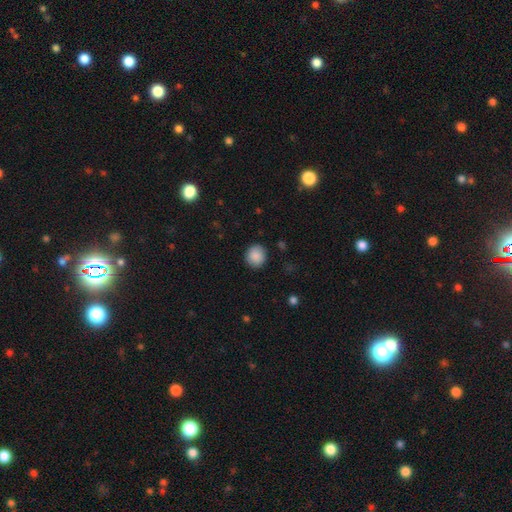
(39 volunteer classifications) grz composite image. It shows a smooth galaxy with no disk features (92%) that is round (94%). Merging: none (92%).